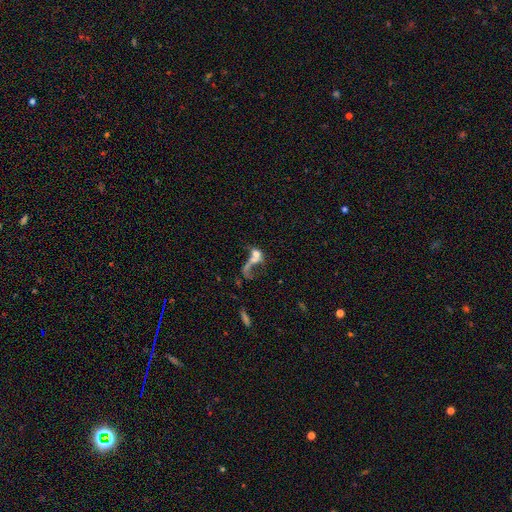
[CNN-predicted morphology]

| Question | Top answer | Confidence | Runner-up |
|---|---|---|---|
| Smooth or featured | featured or disk | 43% | smooth (42%) |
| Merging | merger | 46% | major disturbance (30%) |